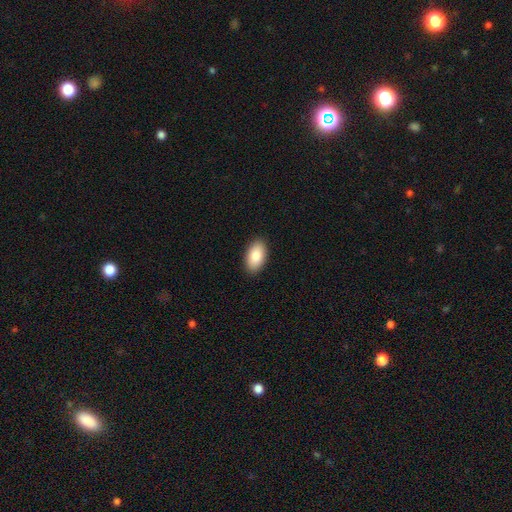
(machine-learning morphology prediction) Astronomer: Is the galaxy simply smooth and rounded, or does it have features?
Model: smooth — 86%.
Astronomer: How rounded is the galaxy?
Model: in between — 95%.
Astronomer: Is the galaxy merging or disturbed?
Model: none — 90%.